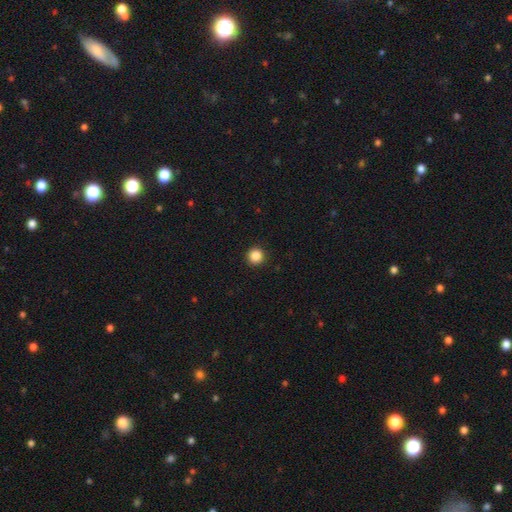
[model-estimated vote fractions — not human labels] This is clearly a smooth galaxy (87%). How rounded: clearly round (96%). Merging: clearly none (93%).